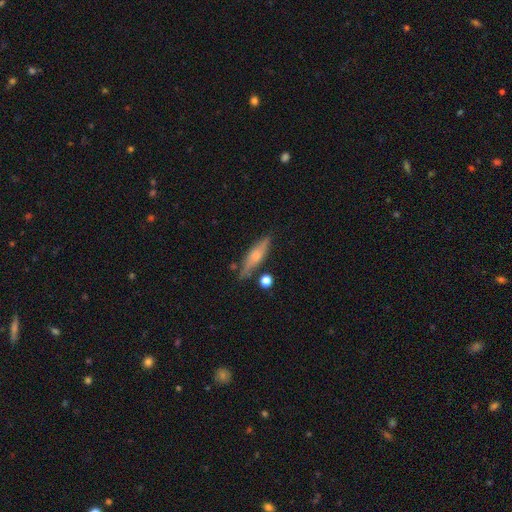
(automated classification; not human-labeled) Smooth or featured? smooth (48%)
Merging? none (75%)